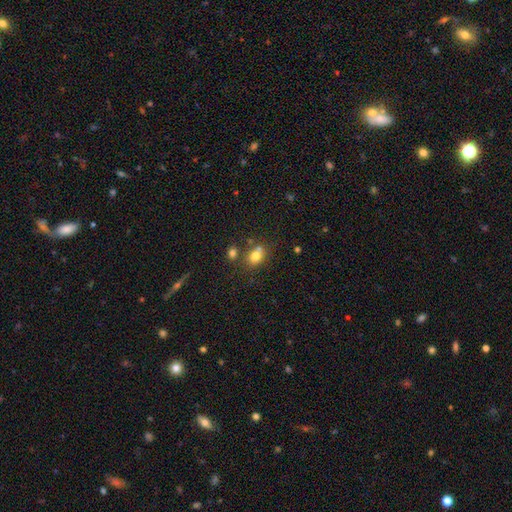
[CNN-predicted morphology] Overall: smooth (76%). How rounded: in between (55%; round 44%). Merging: none (57%; merger 26%).